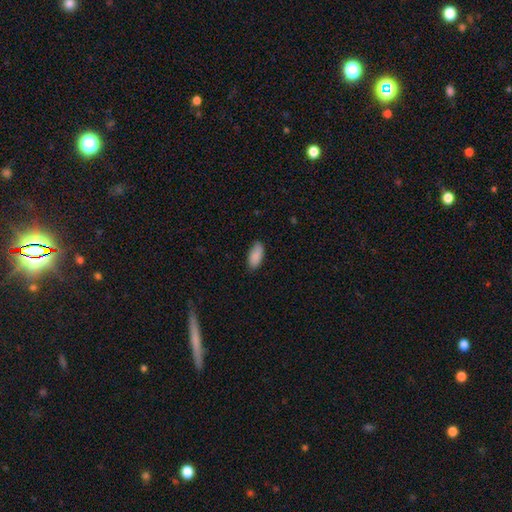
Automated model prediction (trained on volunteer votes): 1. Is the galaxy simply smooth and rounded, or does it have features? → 89% smooth, 6% star or artifact, 4% featured or disk.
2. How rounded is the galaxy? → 90% in between, 8% cigar-shaped, 2% round.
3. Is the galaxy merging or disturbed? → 82% none, 14% minor disturbance, 2% major disturbance, 1% merger.